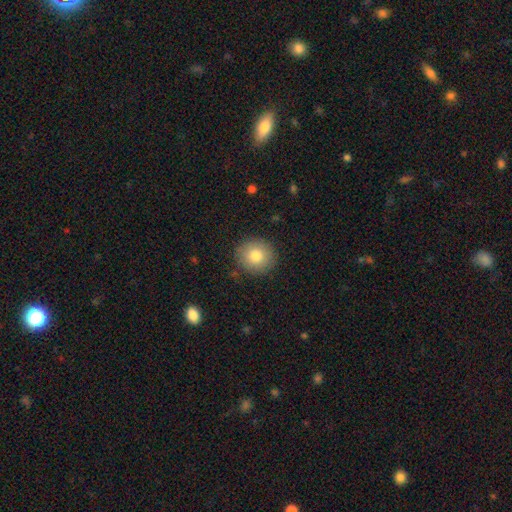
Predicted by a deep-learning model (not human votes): Smooth or featured?
  - smooth: 79% *
  - featured or disk: 11%
  - star or artifact: 10%
How rounded?
  - round: 89% *
  - in between: 10%
  - cigar-shaped: 1%
Merging?
  - none: 88% *
  - minor disturbance: 9%
  - major disturbance: 3%
  - merger: 1%